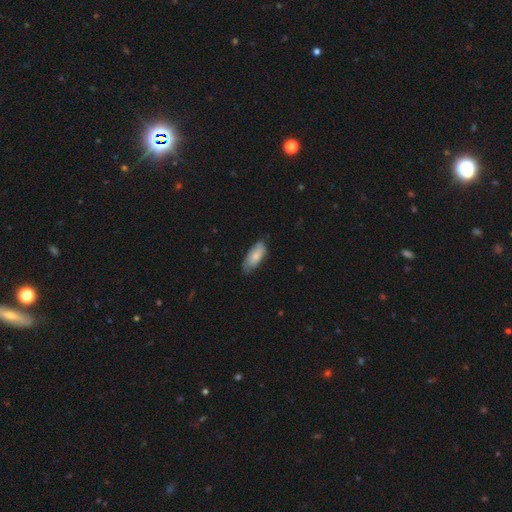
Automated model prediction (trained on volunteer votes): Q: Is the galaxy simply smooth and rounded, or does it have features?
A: smooth — 75%.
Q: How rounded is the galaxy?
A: in between — 82%.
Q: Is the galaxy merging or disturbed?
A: none — 65%.